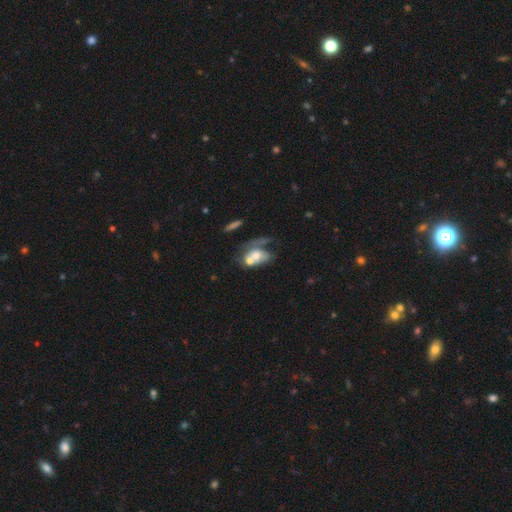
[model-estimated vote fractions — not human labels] Smooth or featured: smooth — 47% (featured or disk — 44%)
Merging: merger — 49% (major disturbance — 23%)